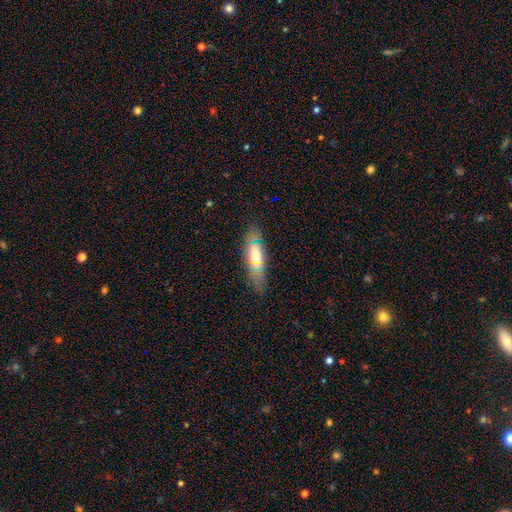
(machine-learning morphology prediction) A smooth galaxy with no disk features (52%) that is in between round and cigar-shaped (53%). Merging: none (76%).